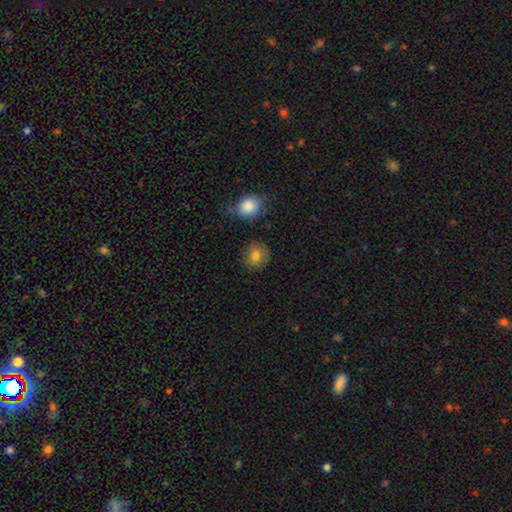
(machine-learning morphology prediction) Q: Smooth or featured?
A: smooth (83%); runner-up: star or artifact (9%)
Q: How rounded?
A: round (82%); runner-up: in between (17%)
Q: Merging?
A: none (81%); runner-up: minor disturbance (12%)